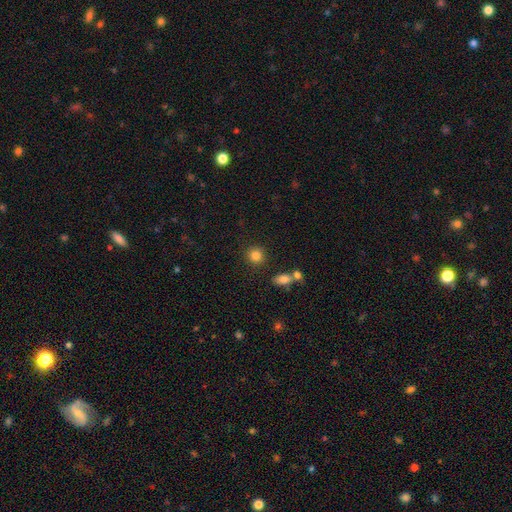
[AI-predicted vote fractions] Smooth or featured? smooth (84%)
How rounded? round (88%)
Merging? none (84%)